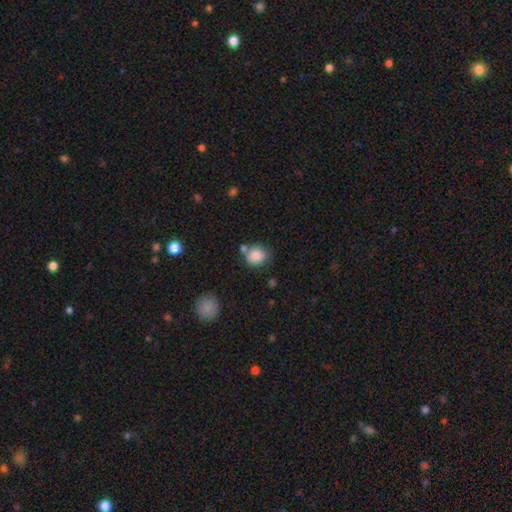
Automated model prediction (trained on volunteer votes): Smooth or featured? Predicted: smooth (p=0.84). How rounded? Predicted: round (p=0.66). Merging? Predicted: none (p=0.62).